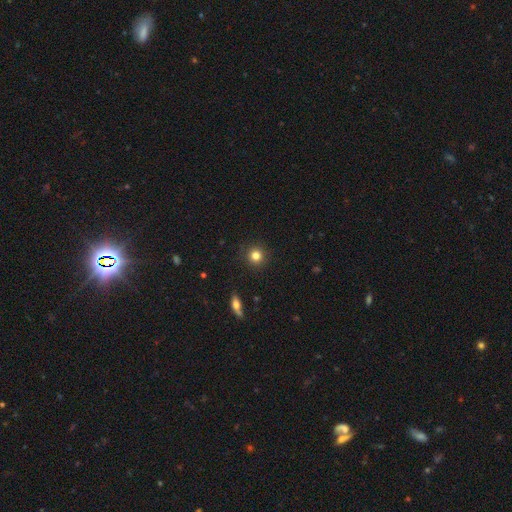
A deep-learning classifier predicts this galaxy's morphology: smooth_or_featured: smooth (p=0.83) [alt: star or artifact p=0.11]
how_rounded: round (p=0.94) [alt: in between p=0.05]
merging: none (p=0.91) [alt: minor disturbance p=0.06]